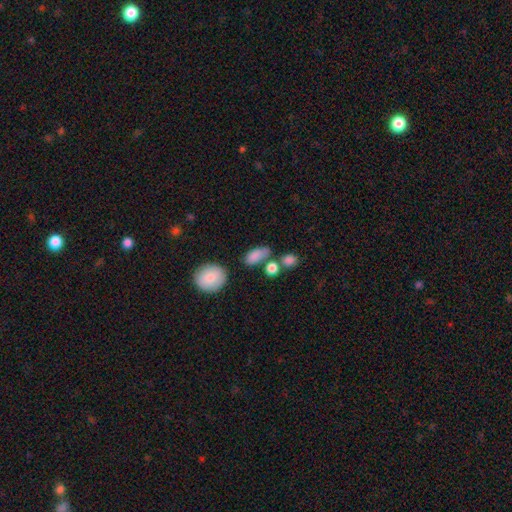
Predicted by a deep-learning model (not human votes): smooth 84%, star or artifact 8%, featured or disk 8%. Down the decision tree: how rounded — in between (82%); merging — none (59%).